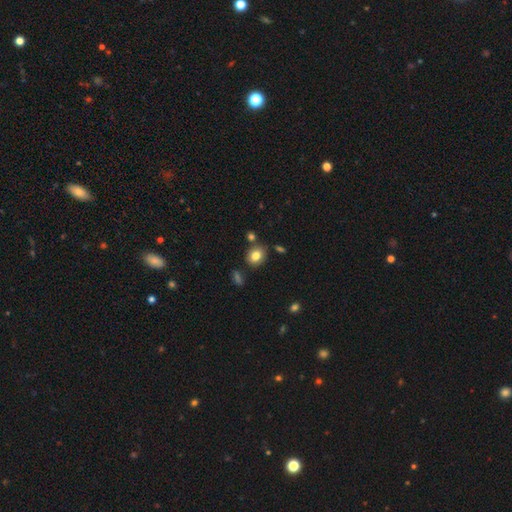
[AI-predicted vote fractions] Q: Smooth or featured?
A: smooth (80%); runner-up: star or artifact (10%)
Q: How rounded?
A: round (58%); runner-up: in between (41%)
Q: Merging?
A: none (80%); runner-up: minor disturbance (11%)